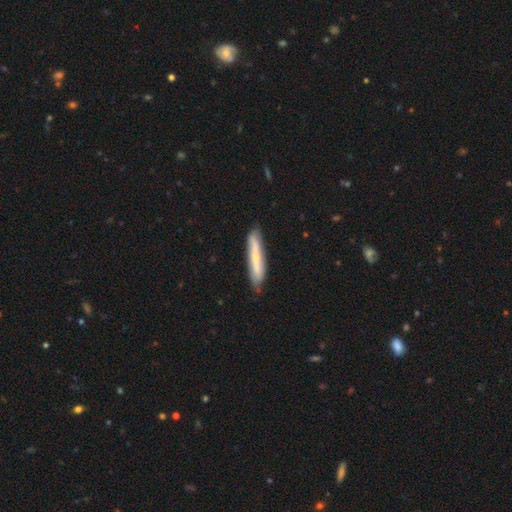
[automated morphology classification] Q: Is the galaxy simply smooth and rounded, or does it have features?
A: smooth — 52%.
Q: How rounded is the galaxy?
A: cigar-shaped — 90%.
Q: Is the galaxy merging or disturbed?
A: none — 80%.